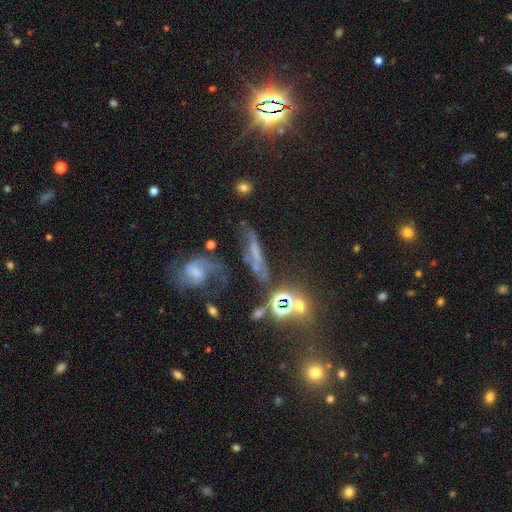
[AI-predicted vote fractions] Smooth or featured?
  - featured or disk: 38% *
  - star or artifact: 33%
  - smooth: 29%
Merging?
  - none: 43% *
  - major disturbance: 23%
  - minor disturbance: 19%
  - merger: 16%